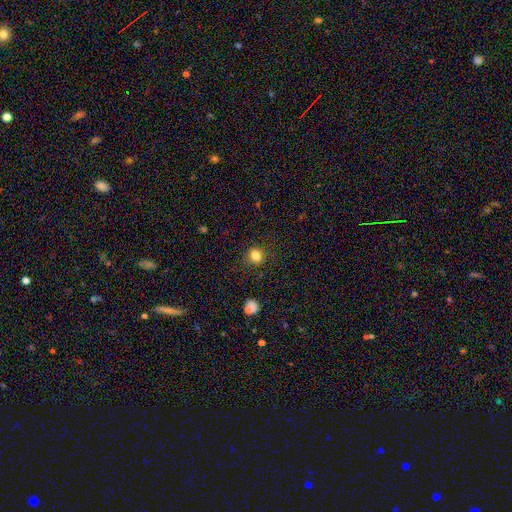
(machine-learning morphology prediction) Smooth or featured?
  - smooth: 83% *
  - star or artifact: 12%
  - featured or disk: 5%
How rounded?
  - round: 72% *
  - in between: 27%
  - cigar-shaped: 1%
Merging?
  - none: 84% *
  - minor disturbance: 11%
  - major disturbance: 4%
  - merger: 1%